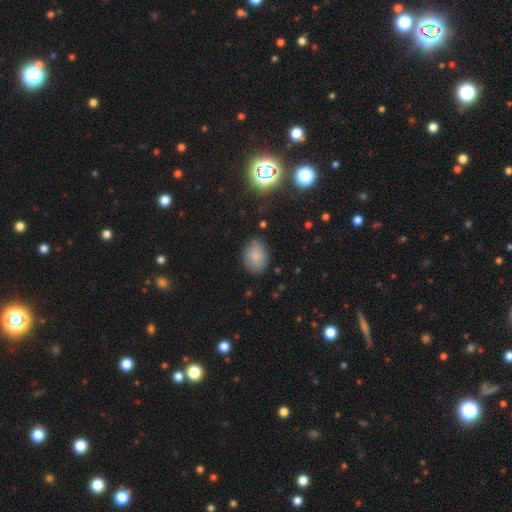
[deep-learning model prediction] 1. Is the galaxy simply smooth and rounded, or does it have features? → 84% smooth, 9% star or artifact, 7% featured or disk.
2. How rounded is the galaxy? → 71% in between, 28% round, 1% cigar-shaped.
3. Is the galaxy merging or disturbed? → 81% none, 14% minor disturbance, 3% major disturbance, 2% merger.